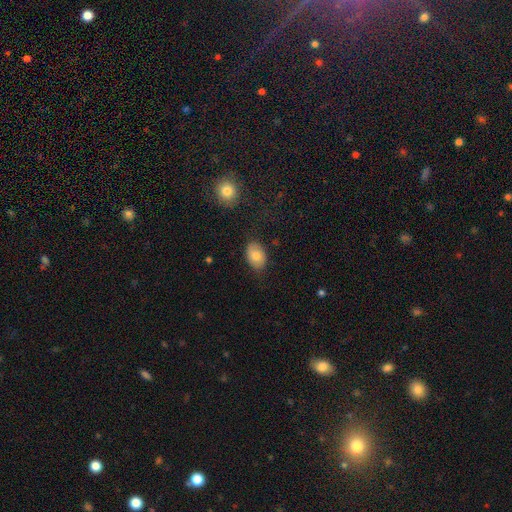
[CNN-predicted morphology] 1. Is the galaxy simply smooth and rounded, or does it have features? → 76% smooth, 17% featured or disk, 7% star or artifact.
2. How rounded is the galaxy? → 83% in between, 16% round, 1% cigar-shaped.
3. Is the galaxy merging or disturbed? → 81% none, 15% minor disturbance, 3% major disturbance, 1% merger.